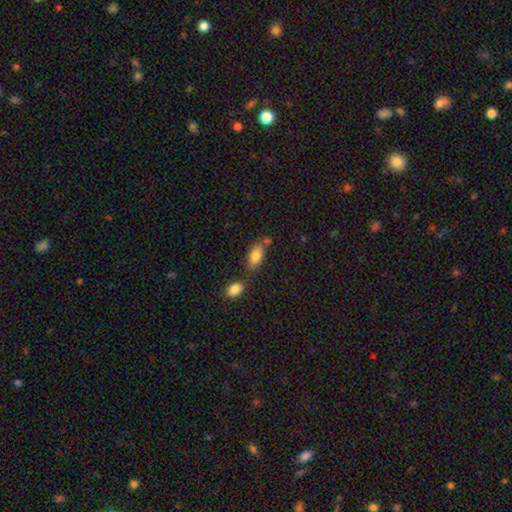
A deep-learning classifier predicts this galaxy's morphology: Smooth or featured? smooth (82%)
How rounded? in between (88%)
Merging? none (53%)